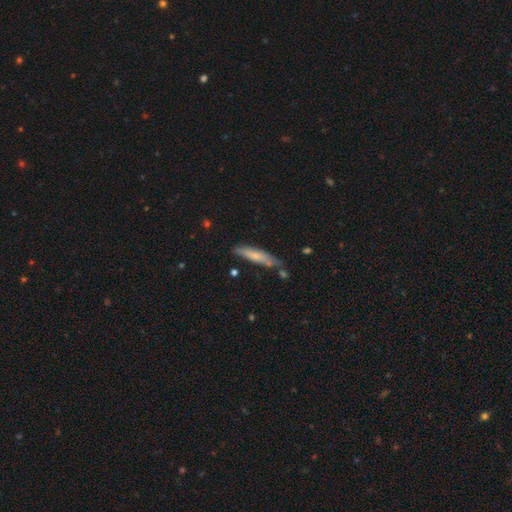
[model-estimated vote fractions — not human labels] A smooth galaxy with no disk features (65%) that is cigar-shaped (87%). Merging: none (71%).